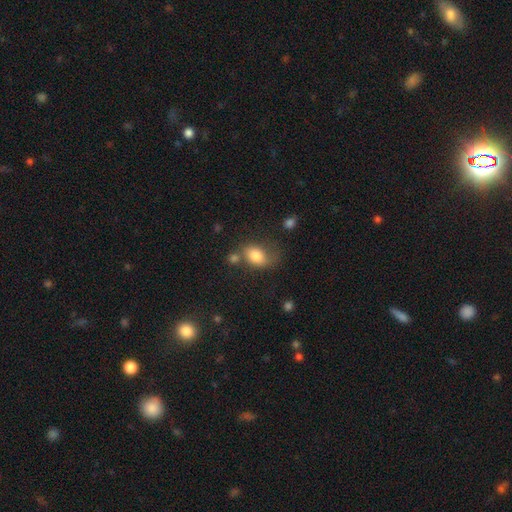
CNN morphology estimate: This is likely a smooth galaxy (79%). How rounded: clearly in between (80%). Merging: marginally none (42%).